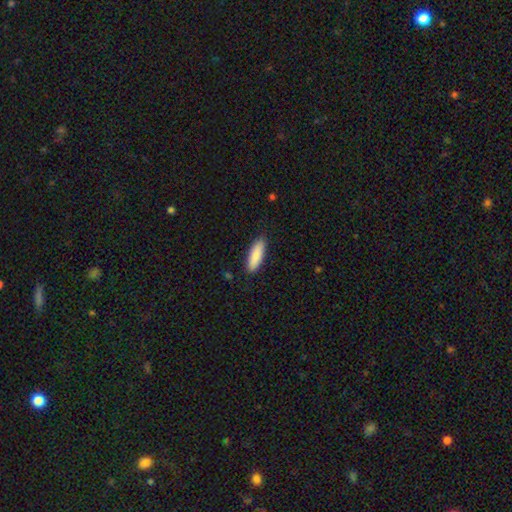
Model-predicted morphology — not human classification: smooth-or-featured: smooth: 89% | featured or disk: 6% | star or artifact: 6%
  how-rounded: in between: 52% | cigar-shaped: 47% | round: 2%
  merging: none: 88% | minor disturbance: 9% | major disturbance: 2% | merger: 1%